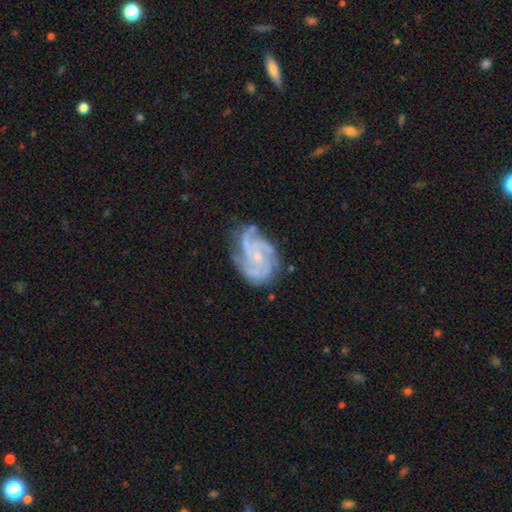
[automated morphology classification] Smooth or featured?
  - featured or disk: 87% *
  - smooth: 6%
  - star or artifact: 6%
Edge-on disk?
  - no: 98% *
  - yes: 2%
Bar?
  - no: 67% *
  - weak: 27%
  - strong: 6%
Spiral arms?
  - yes: 97% *
  - no: 3%
Spiral winding?
  - tight: 52% *
  - medium: 39%
  - loose: 8%
Spiral arm count?
  - 3: 36% *
  - 4: 26%
  - can't tell: 13%
  - 2: 12%
  - more than 4: 7%
  - 1: 6%
Bulge size?
  - small: 74% *
  - moderate: 17%
  - none: 7%
  - large: 1%
  - dominant: 1%
Merging?
  - none: 67% *
  - minor disturbance: 22%
  - major disturbance: 9%
  - merger: 2%